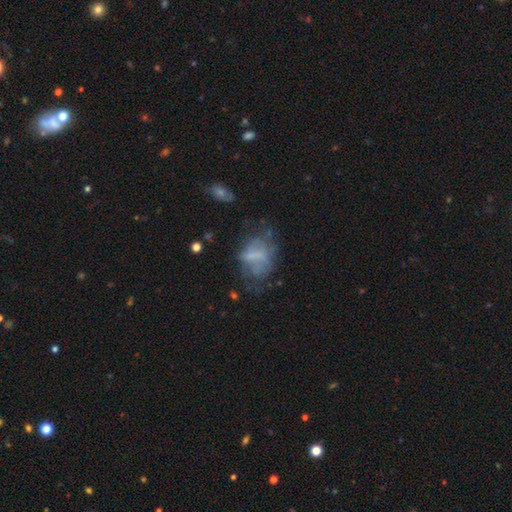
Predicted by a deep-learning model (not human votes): The model was most divided on "smooth or featured": smooth: 44%, featured or disk: 43%, star or artifact: 13%. Remaining: merging — none (35%).